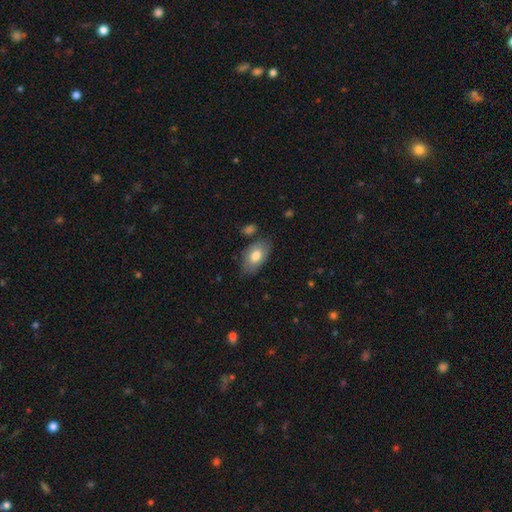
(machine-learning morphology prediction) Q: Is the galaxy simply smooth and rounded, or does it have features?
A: smooth — 72%.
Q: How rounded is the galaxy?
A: in between — 93%.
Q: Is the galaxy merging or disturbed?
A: none — 74%.